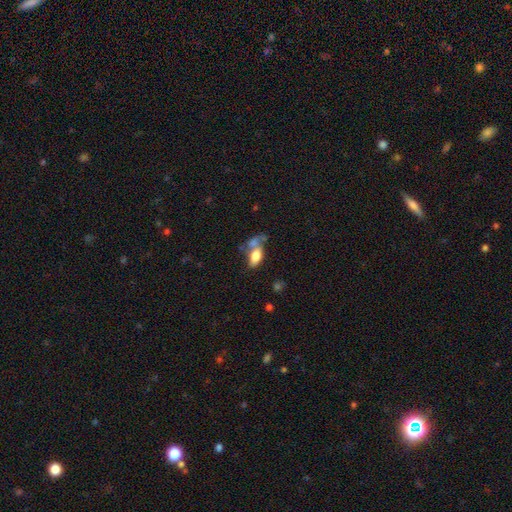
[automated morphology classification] This appears to be a smooth galaxy with no disk features (74%) that is in between round and cigar-shaped (88%). Merging: merger (40%).